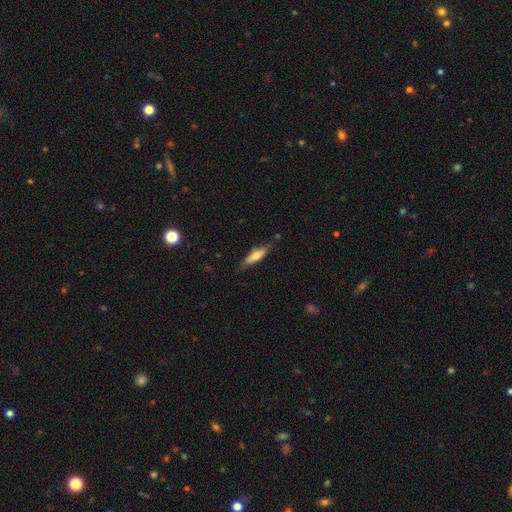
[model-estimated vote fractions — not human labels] This appears to be a smooth galaxy with no disk features (50%) that is cigar-shaped (69%). Merging: none (77%).